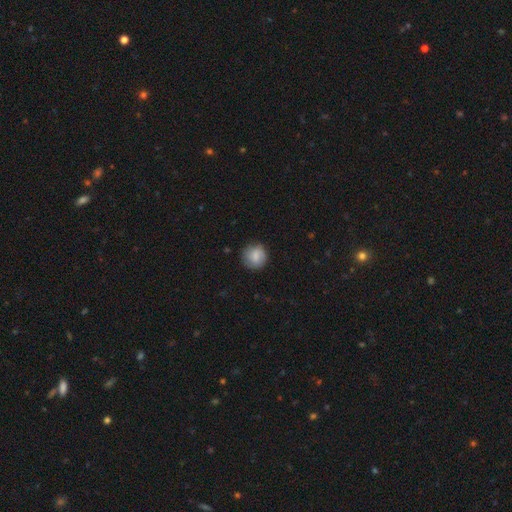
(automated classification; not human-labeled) The model was most divided on "smooth or featured": smooth: 79%, featured or disk: 13%, star or artifact: 7%. More confident: how rounded — round (91%); merging — none (82%).